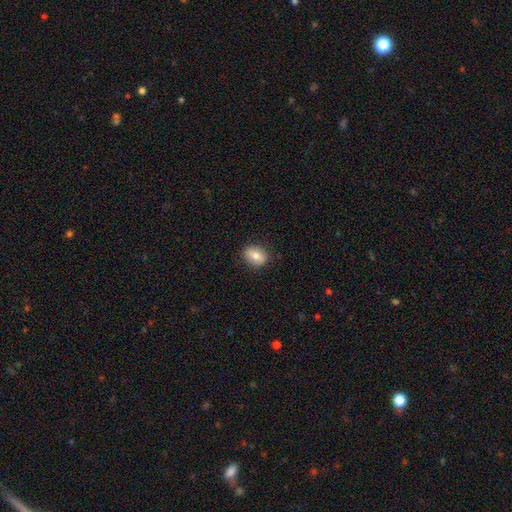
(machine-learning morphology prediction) The model was most divided on "how rounded": in between: 63%, round: 35%, cigar-shaped: 2%. More confident: merging — none (86%); smooth or featured — smooth (77%).